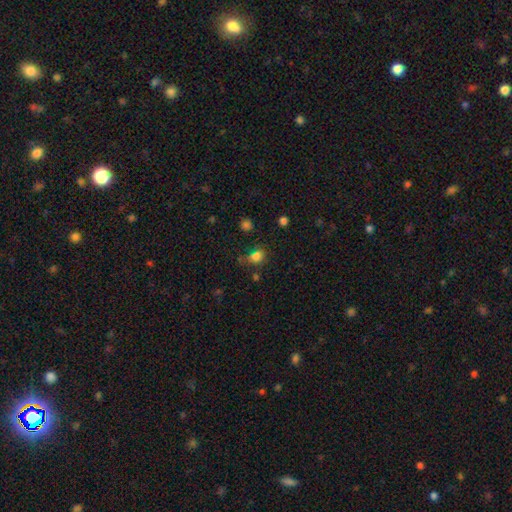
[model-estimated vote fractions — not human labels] Smooth or featured: smooth — 77% (star or artifact — 17%)
How rounded: round — 59% (in between — 40%)
Merging: none — 61% (minor disturbance — 22%)